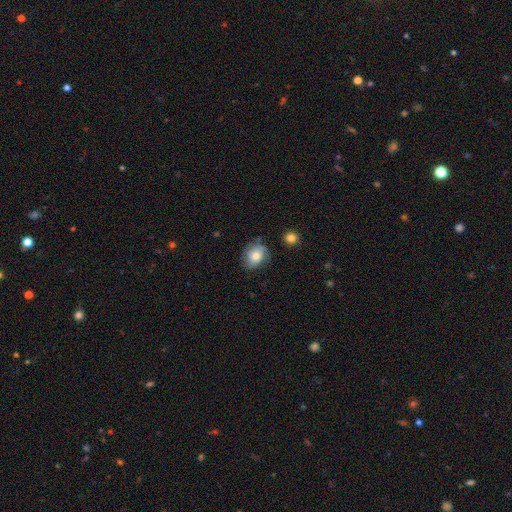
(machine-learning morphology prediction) The model was most divided on "how rounded": round: 53%, in between: 46%, cigar-shaped: 1%. More confident: merging — none (68%); smooth or featured — smooth (66%).